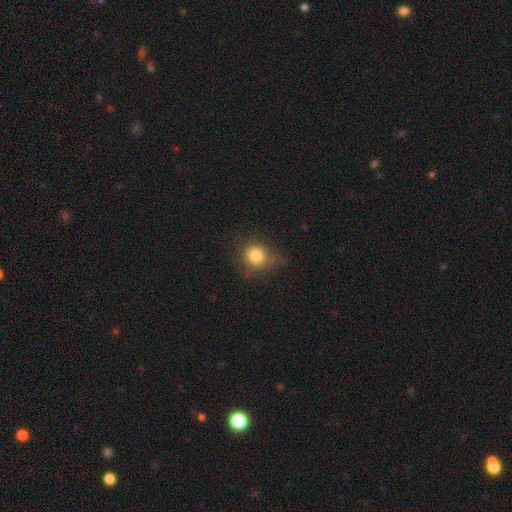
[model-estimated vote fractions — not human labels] A smooth galaxy with no disk features (81%) that is round (82%). Merging: none (64%).